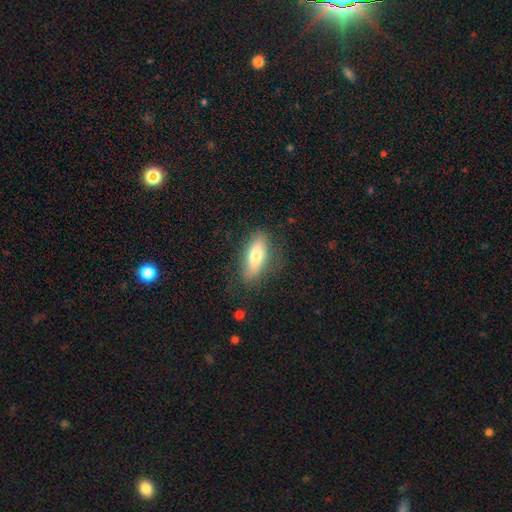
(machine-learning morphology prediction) smooth 70%, featured or disk 23%, star or artifact 7%. Down the decision tree: how rounded — in between (68%); merging — none (80%).